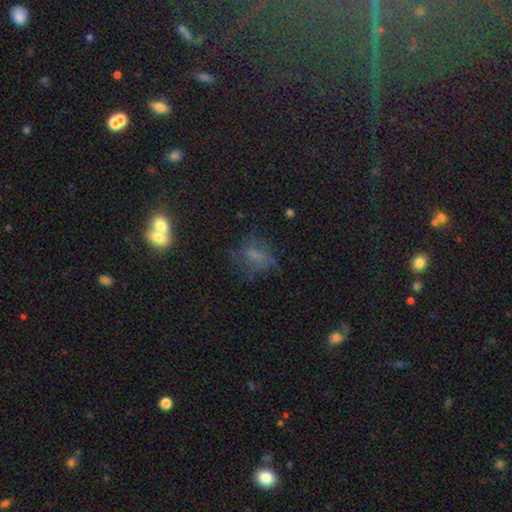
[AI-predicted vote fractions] Smooth or featured? Predicted: smooth (p=0.54). How rounded? Predicted: in between (p=0.60). Merging? Predicted: none (p=0.53).